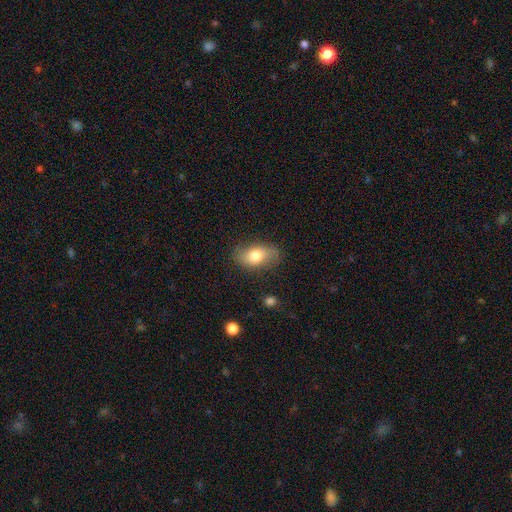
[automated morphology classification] Smooth or featured? smooth (73%)
How rounded? in between (88%)
Merging? none (75%)